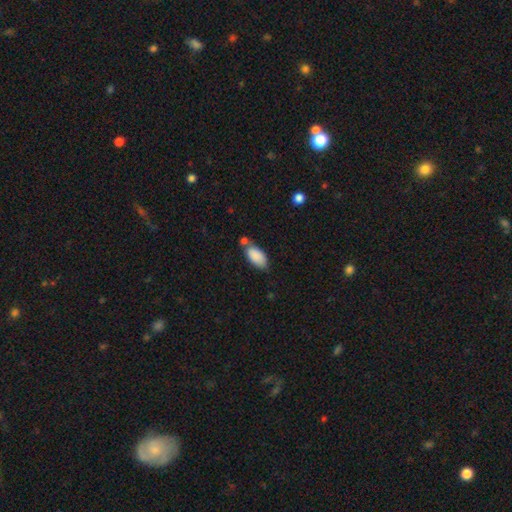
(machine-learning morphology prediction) Smooth or featured?
  - smooth: 88% *
  - star or artifact: 7%
  - featured or disk: 6%
How rounded?
  - in between: 93% *
  - cigar-shaped: 5%
  - round: 2%
Merging?
  - none: 53% *
  - merger: 21%
  - minor disturbance: 20%
  - major disturbance: 6%